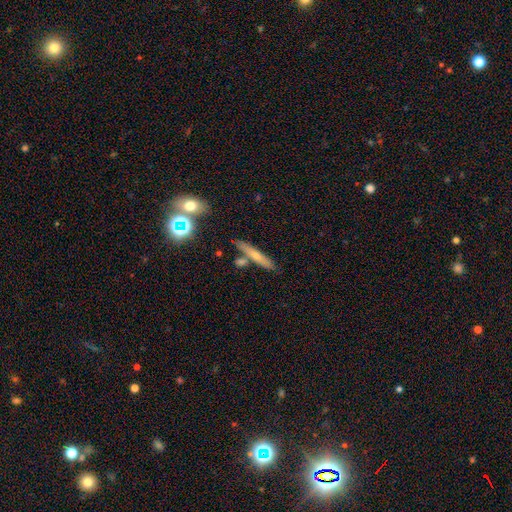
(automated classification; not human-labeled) A smooth galaxy with no disk features (55%) that is cigar-shaped (88%).

Vote fractions:
- Smooth or featured? smooth: 55% / featured or disk: 36% / star or artifact: 9%
- How rounded? cigar-shaped: 88% / in between: 10% / round: 3%
- Merging? none: 69% / merger: 15% / minor disturbance: 12% / major disturbance: 3%